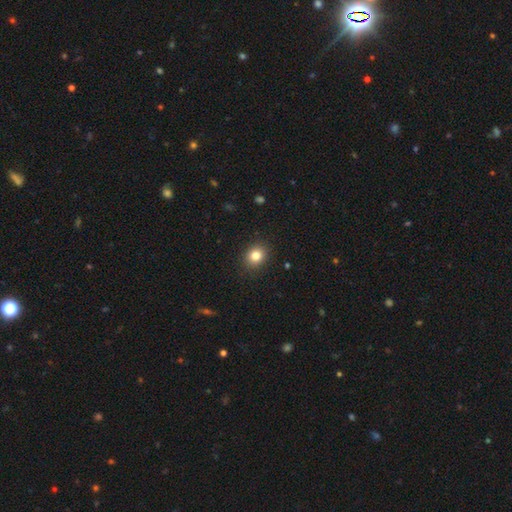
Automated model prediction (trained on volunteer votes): This appears to be a smooth galaxy with no disk features (83%) that is round (66%). Merging: none (89%).